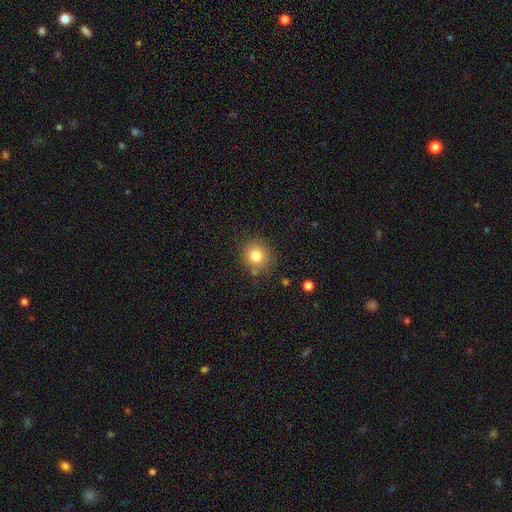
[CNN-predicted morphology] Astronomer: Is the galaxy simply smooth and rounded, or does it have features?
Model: smooth — 79%.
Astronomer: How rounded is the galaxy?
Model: round — 89%.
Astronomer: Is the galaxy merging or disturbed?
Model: none — 83%.